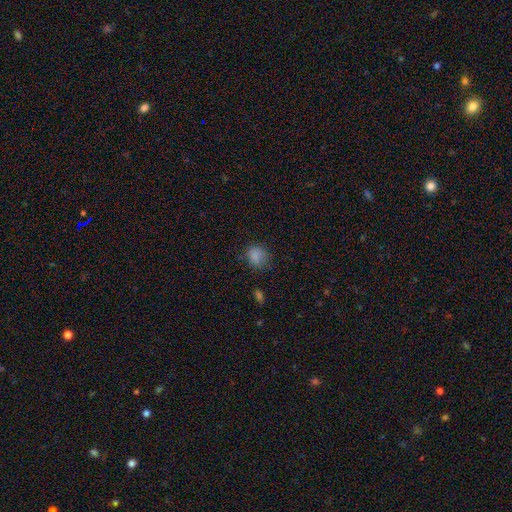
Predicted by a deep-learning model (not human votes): Smooth or featured: smooth — 81% (star or artifact — 13%)
How rounded: round — 65% (in between — 34%)
Merging: none — 67% (minor disturbance — 23%)